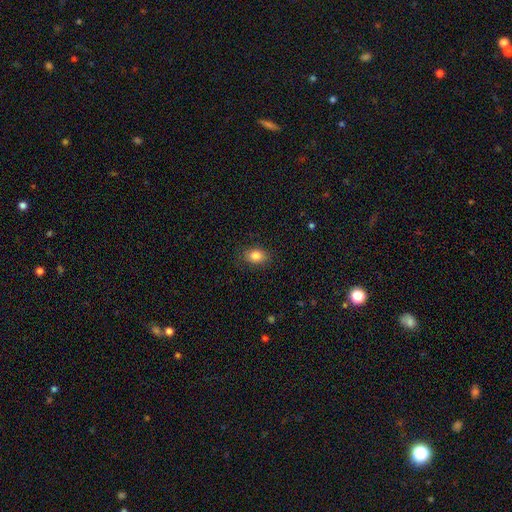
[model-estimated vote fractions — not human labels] smooth-or-featured: smooth: 85% | star or artifact: 9% | featured or disk: 6%
  how-rounded: in between: 73% | round: 26% | cigar-shaped: 1%
  merging: none: 86% | minor disturbance: 10% | major disturbance: 3% | merger: 1%